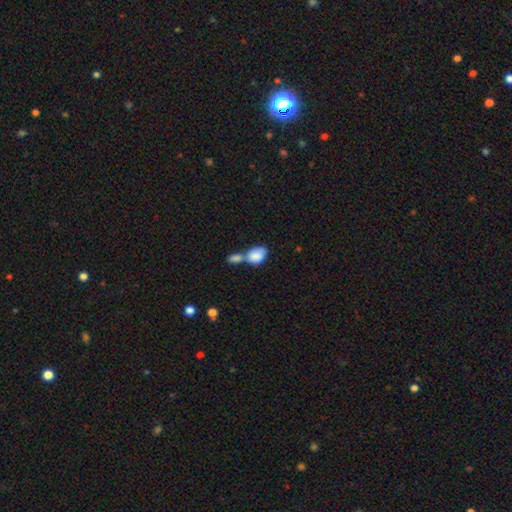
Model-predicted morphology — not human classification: Overall: smooth (82%). How rounded: in between (83%). Merging: merger (69%).